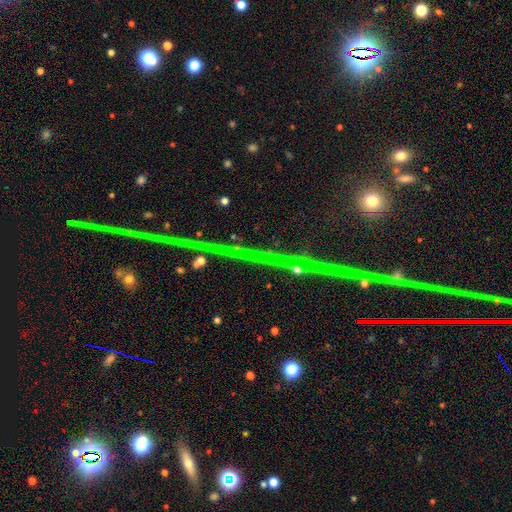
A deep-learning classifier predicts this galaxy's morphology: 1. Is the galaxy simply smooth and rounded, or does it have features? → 73% star or artifact, 19% featured or disk, 8% smooth.